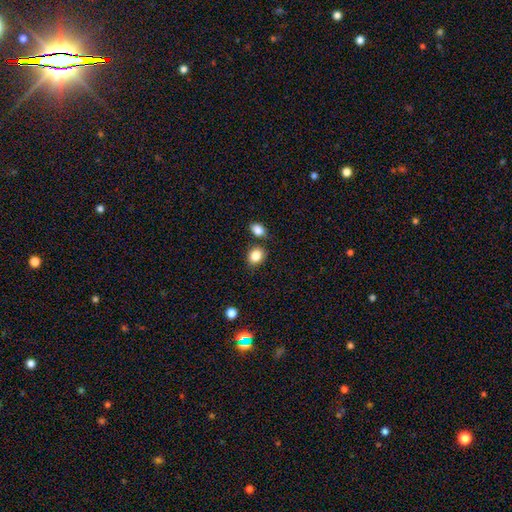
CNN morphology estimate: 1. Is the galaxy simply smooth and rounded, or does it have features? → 86% smooth, 9% star or artifact, 5% featured or disk.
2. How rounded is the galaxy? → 51% round, 48% in between, 1% cigar-shaped.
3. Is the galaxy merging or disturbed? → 74% none, 12% merger, 11% minor disturbance, 3% major disturbance.